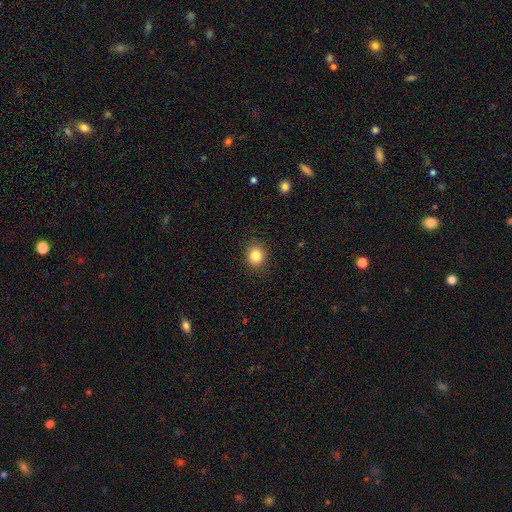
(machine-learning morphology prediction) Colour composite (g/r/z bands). It shows a smooth galaxy with no disk features (84%) that is round (76%). Merging: none (89%).